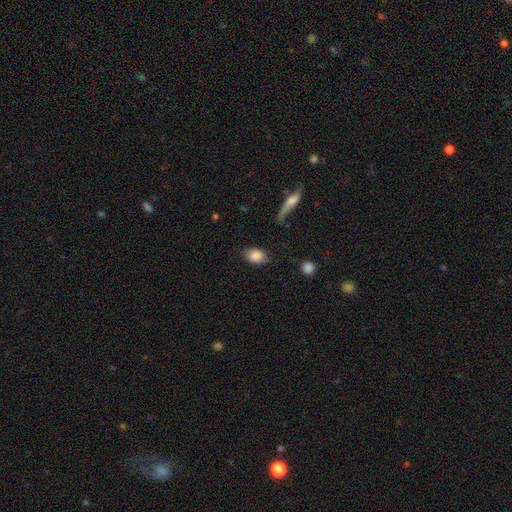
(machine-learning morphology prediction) Q: Smooth or featured?
A: smooth (86%); runner-up: featured or disk (7%)
Q: How rounded?
A: in between (81%); runner-up: round (18%)
Q: Merging?
A: none (78%); runner-up: minor disturbance (14%)